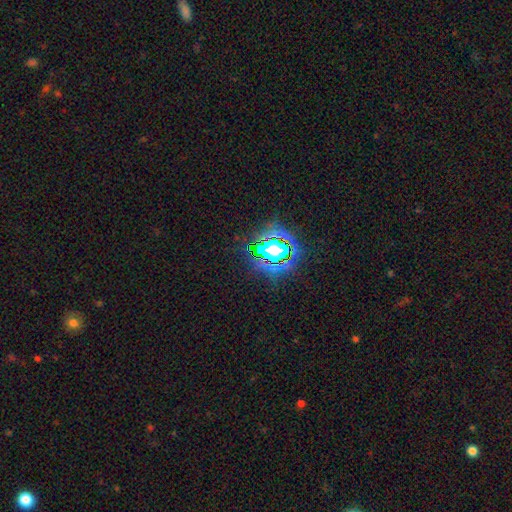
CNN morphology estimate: smooth_or_featured: star or artifact (p=0.73) [alt: smooth p=0.16]